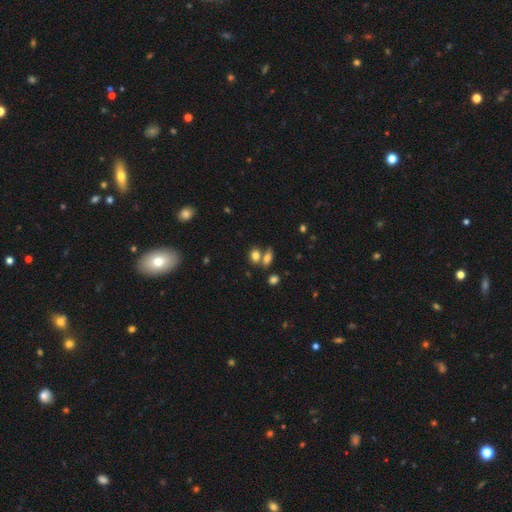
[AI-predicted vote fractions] Smooth or featured?
  - smooth: 78% *
  - star or artifact: 12%
  - featured or disk: 10%
How rounded?
  - in between: 64% *
  - round: 34%
  - cigar-shaped: 3%
Merging?
  - none: 46% *
  - merger: 40%
  - minor disturbance: 10%
  - major disturbance: 4%